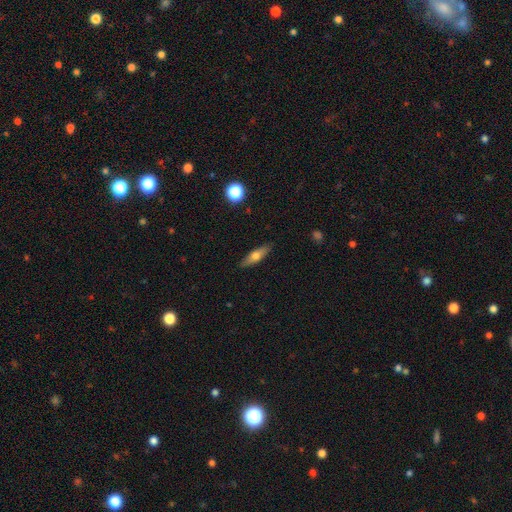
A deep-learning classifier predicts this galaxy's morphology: Smooth or featured? Predicted: smooth (p=0.54). How rounded? Predicted: cigar-shaped (p=0.61). Merging? Predicted: none (p=0.89).